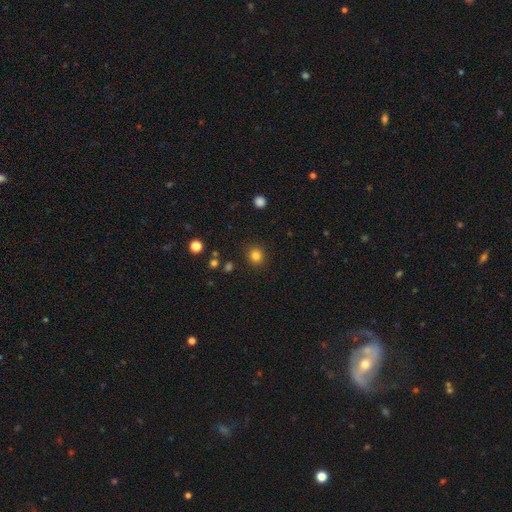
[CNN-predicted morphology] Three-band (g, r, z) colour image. It shows a smooth galaxy with no disk features (83%) that is round (89%). Merging: none (90%).